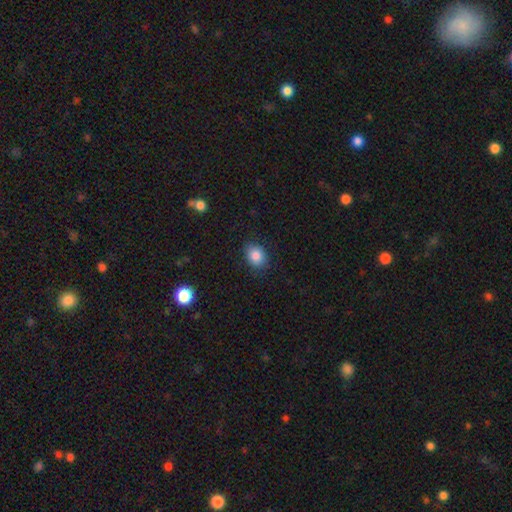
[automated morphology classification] smooth_or_featured: smooth (p=0.86) [alt: star or artifact p=0.09]
how_rounded: in between (p=0.58) [alt: round p=0.41]
merging: none (p=0.85) [alt: minor disturbance p=0.11]